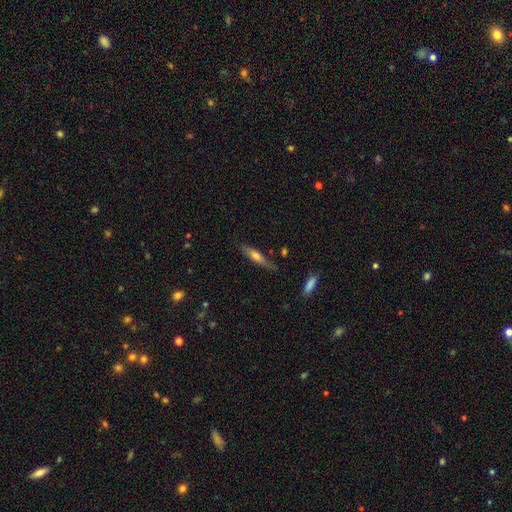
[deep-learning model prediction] Smooth or featured? smooth (54%)
How rounded? cigar-shaped (77%)
Merging? none (75%)